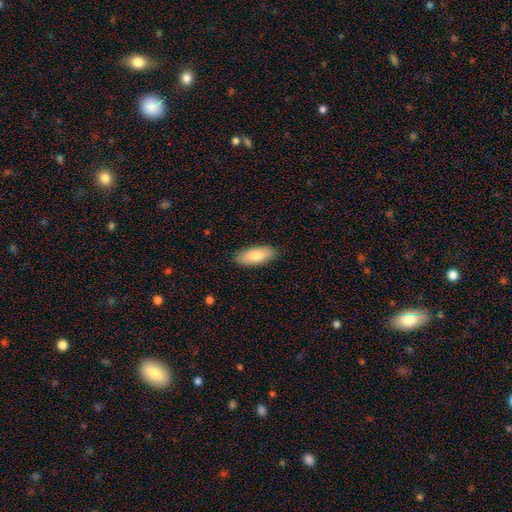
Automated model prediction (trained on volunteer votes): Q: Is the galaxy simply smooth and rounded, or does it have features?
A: smooth — 80%.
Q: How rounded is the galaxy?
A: in between — 81%.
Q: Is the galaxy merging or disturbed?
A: none — 88%.